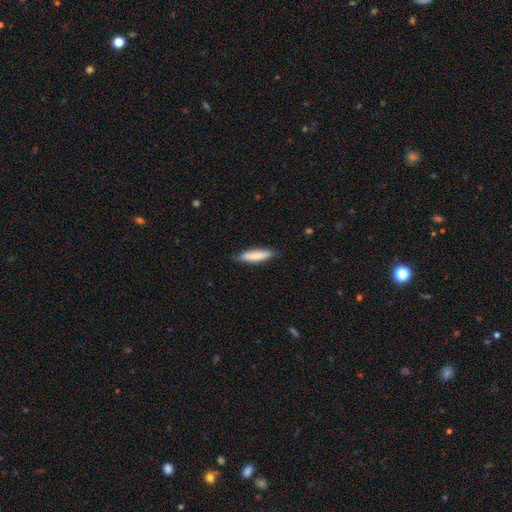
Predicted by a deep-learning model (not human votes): Smooth or featured: smooth — 79% (featured or disk — 15%)
How rounded: cigar-shaped — 72% (in between — 26%)
Merging: none — 80% (minor disturbance — 16%)